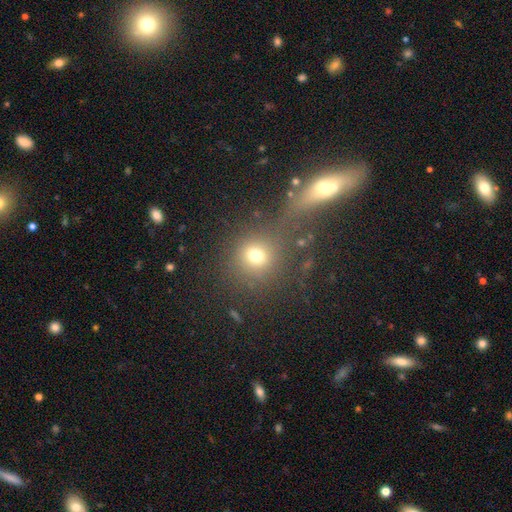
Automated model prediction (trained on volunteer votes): A smooth galaxy with no disk features (70%) that is round (82%). Merging: none (57%).